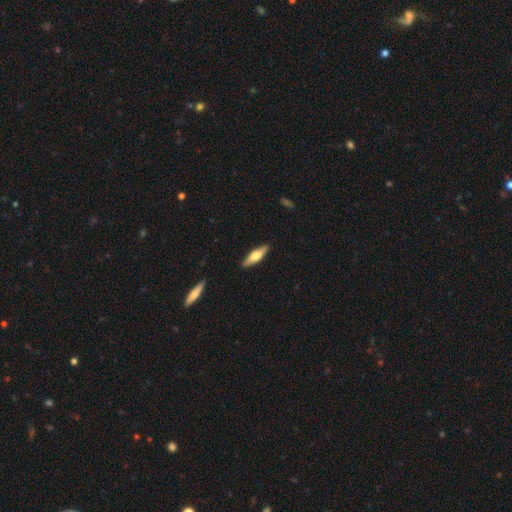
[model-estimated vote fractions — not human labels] smooth-or-featured: smooth: 54% | featured or disk: 41% | star or artifact: 5%
  how-rounded: cigar-shaped: 62% | in between: 36% | round: 2%
  merging: none: 89% | minor disturbance: 8% | major disturbance: 2% | merger: 1%